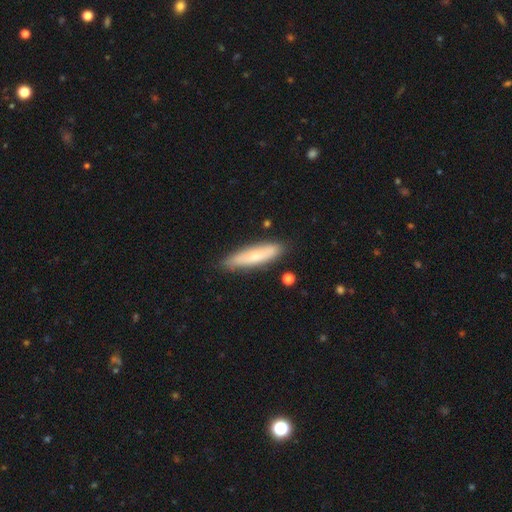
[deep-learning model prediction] Smooth or featured? Predicted: smooth (p=0.67). How rounded? Predicted: cigar-shaped (p=0.75). Merging? Predicted: none (p=0.82).